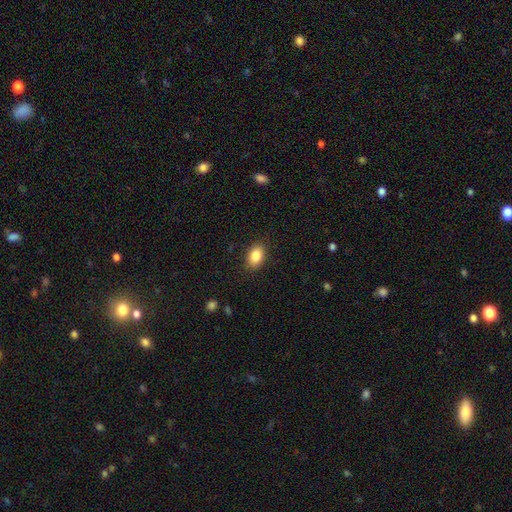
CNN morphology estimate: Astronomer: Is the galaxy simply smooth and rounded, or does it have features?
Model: smooth — 86%.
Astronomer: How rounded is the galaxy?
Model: in between — 86%.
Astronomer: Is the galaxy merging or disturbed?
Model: none — 87%.